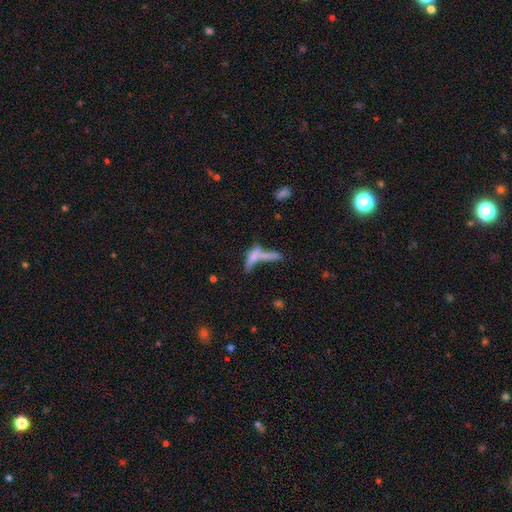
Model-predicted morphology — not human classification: smooth 56%, featured or disk 31%, star or artifact 12%. Down the decision tree: how rounded — cigar-shaped (73%); merging — merger (48%).